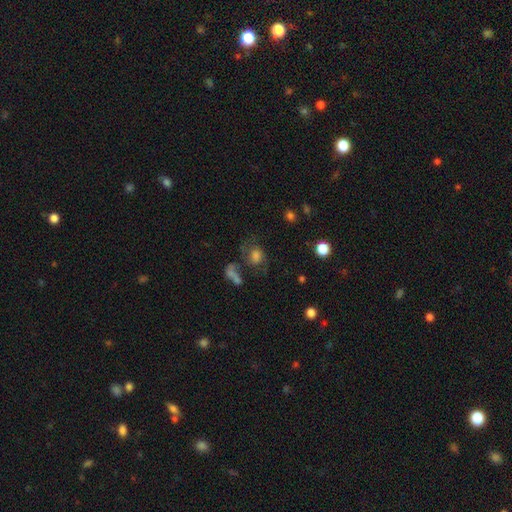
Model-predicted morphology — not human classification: A smooth galaxy with no disk features (51%) that is round (55%). Merging: none (40%).